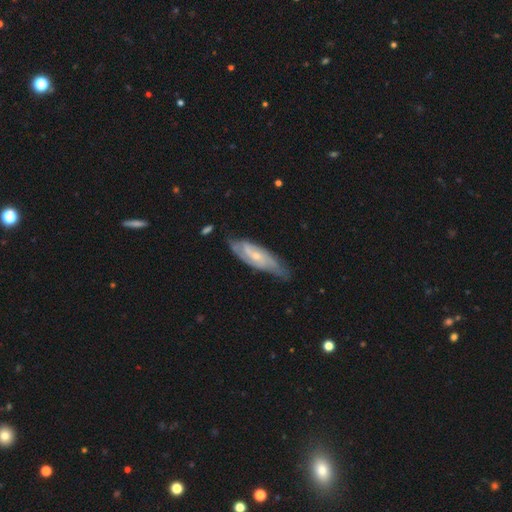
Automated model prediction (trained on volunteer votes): This appears to be a featured or disk galaxy (75%) with no bar (55%), 2 (58%) medium (43%) spiral arms (90%) and a small central bulge (64%). Merging: none (62%).